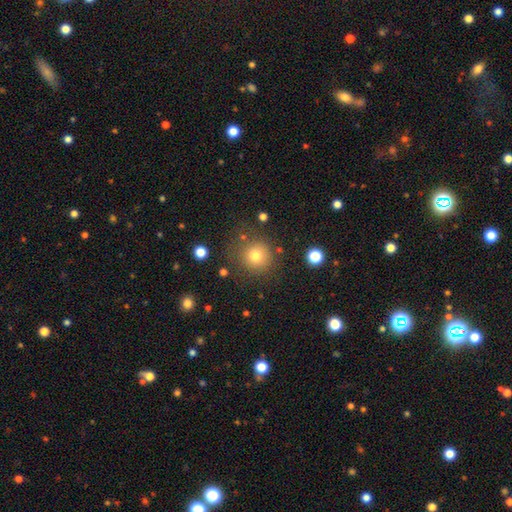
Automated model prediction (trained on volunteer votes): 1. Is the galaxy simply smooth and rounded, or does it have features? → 77% smooth, 14% star or artifact, 9% featured or disk.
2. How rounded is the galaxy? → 93% round, 6% in between, 1% cigar-shaped.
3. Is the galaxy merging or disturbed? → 78% none, 12% minor disturbance, 6% major disturbance, 4% merger.